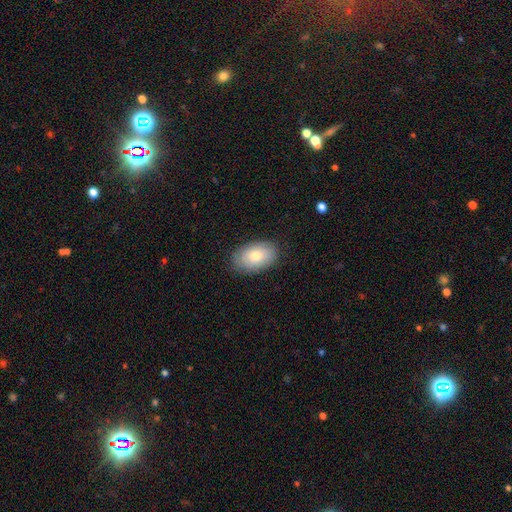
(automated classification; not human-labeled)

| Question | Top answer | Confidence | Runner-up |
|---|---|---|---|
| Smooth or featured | smooth | 78% | featured or disk (16%) |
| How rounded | in between | 91% | round (8%) |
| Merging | none | 85% | minor disturbance (11%) |